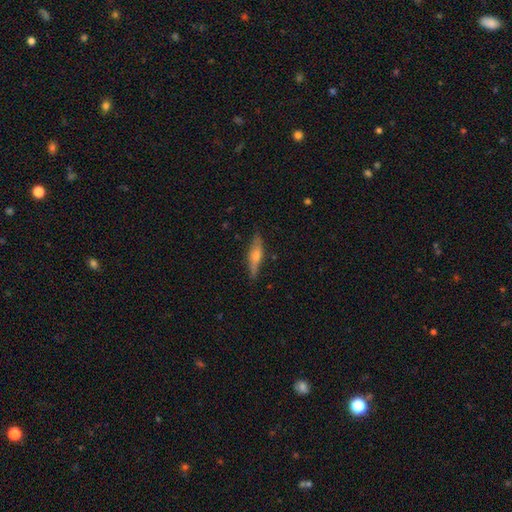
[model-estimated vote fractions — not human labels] This appears to be a featured or disk galaxy (59%) viewed edge-on (93%) with a rounded central bulge (89%). Merging: none (84%).